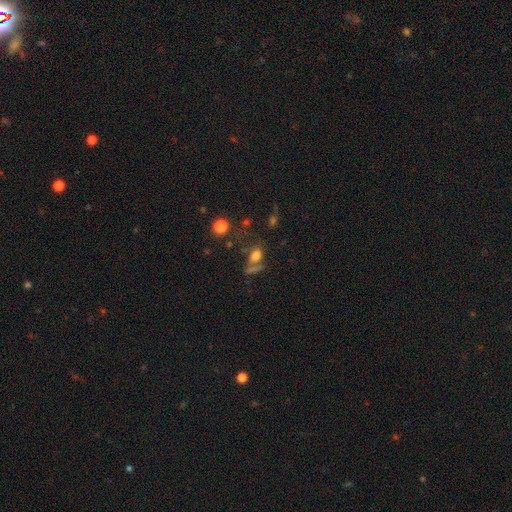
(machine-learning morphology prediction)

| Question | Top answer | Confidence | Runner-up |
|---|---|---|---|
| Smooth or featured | smooth | 64% | star or artifact (20%) |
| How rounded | in between | 66% | round (28%) |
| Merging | none | 41% | merger (26%) |